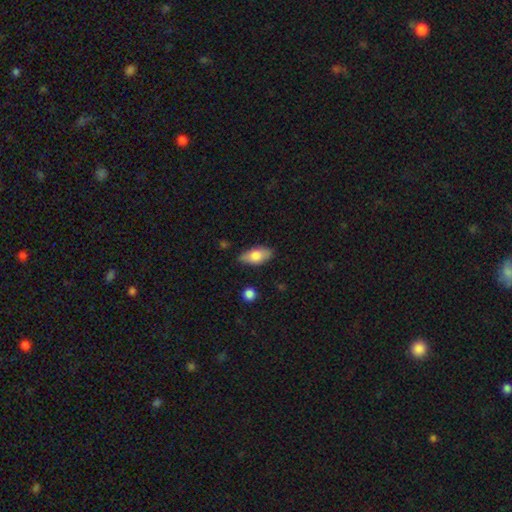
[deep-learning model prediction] Smooth or featured? smooth (77%)
How rounded? in between (89%)
Merging? none (78%)